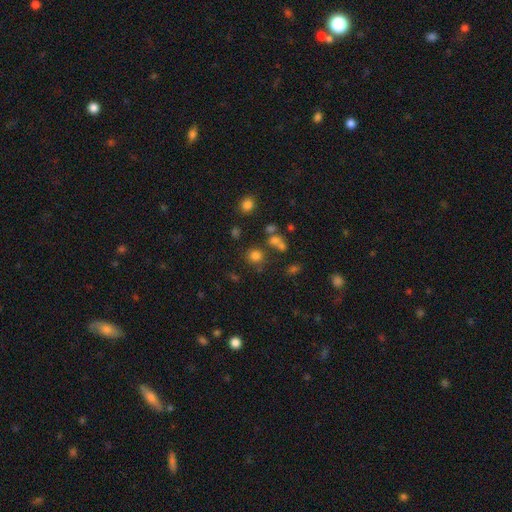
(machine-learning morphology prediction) type=smooth (75%); roundness=round (87%); merging=none (74%).